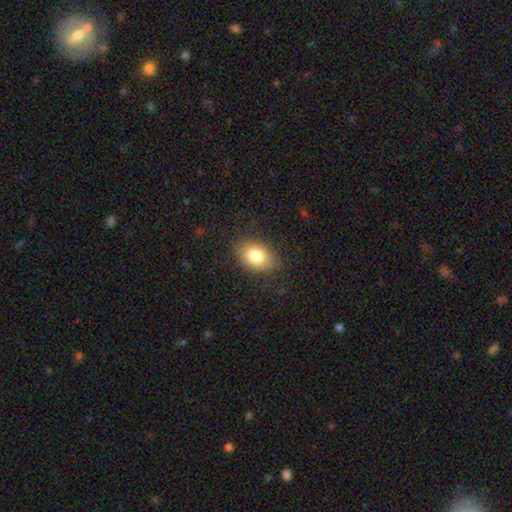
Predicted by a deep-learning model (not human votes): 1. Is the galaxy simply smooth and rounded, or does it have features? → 82% smooth, 10% featured or disk, 8% star or artifact.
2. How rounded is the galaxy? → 81% in between, 18% round, 1% cigar-shaped.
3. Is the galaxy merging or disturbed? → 81% none, 14% minor disturbance, 4% major disturbance, 1% merger.